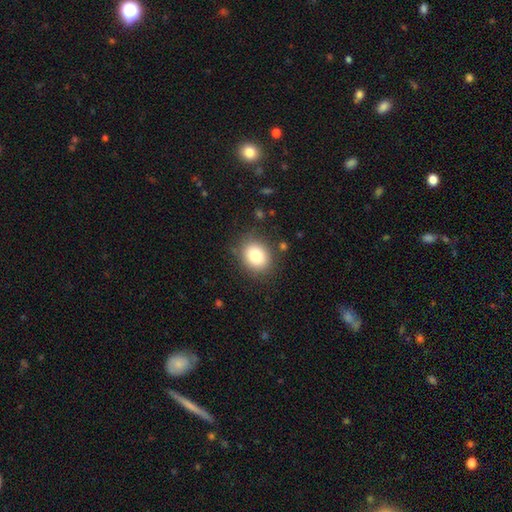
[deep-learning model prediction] Smooth or featured? Predicted: smooth (p=0.82). How rounded? Predicted: round (p=0.59). Merging? Predicted: none (p=0.84).